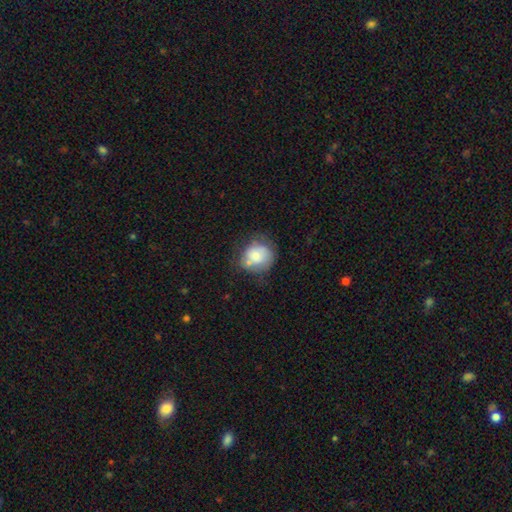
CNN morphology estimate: Smooth or featured? Predicted: smooth (p=0.69). How rounded? Predicted: round (p=0.75). Merging? Predicted: none (p=0.51).